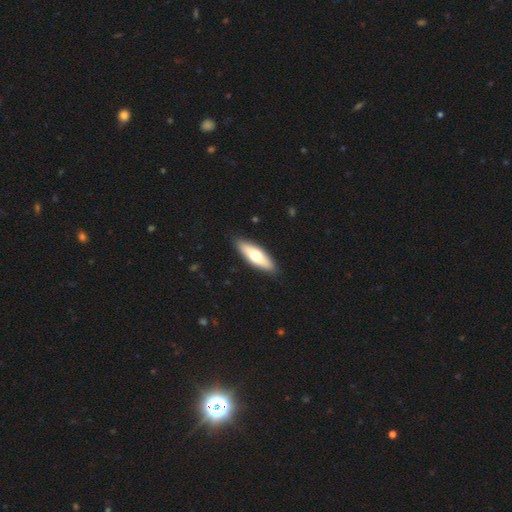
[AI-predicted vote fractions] A smooth galaxy with no disk features (58%) that is in between round and cigar-shaped (54%).

Vote fractions:
- Smooth or featured? smooth: 58% / featured or disk: 37% / star or artifact: 5%
- How rounded? in between: 54% / cigar-shaped: 44% / round: 2%
- Merging? none: 90% / minor disturbance: 8% / major disturbance: 2% / merger: 1%